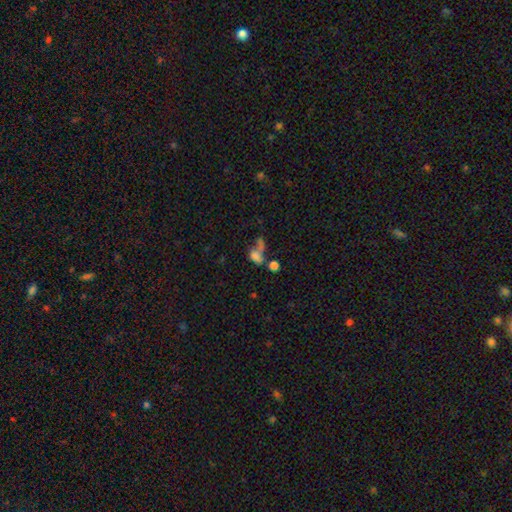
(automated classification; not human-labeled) Smooth or featured? Predicted: smooth (p=0.59). How rounded? Predicted: in between (p=0.72). Merging? Predicted: merger (p=0.45).